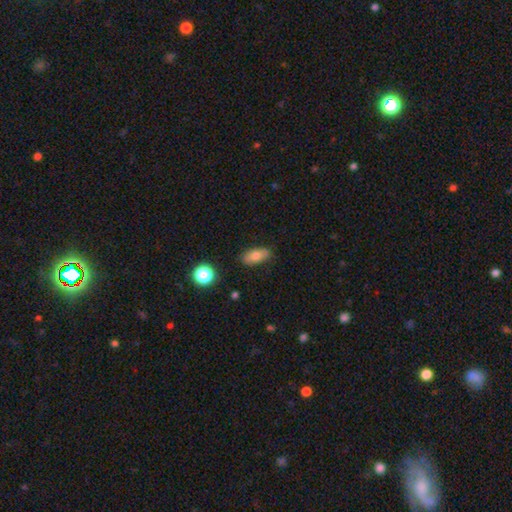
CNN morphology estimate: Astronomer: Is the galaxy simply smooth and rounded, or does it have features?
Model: smooth — 73%.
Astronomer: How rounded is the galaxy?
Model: in between — 85%.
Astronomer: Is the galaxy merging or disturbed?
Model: none — 85%.